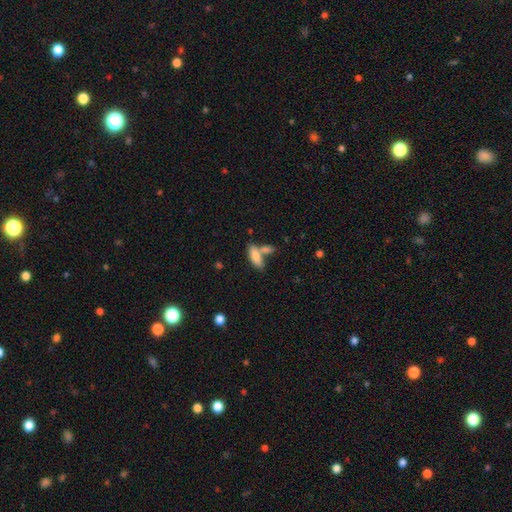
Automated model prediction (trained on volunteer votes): This is likely a smooth galaxy (80%). How rounded: likely in between (67%). Merging: marginally none (44%).